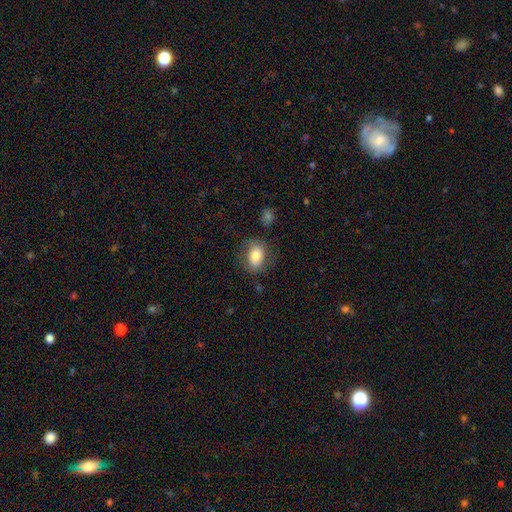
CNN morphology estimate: This appears to be a smooth galaxy with no disk features (78%) that is in between round and cigar-shaped (77%). Merging: none (72%).